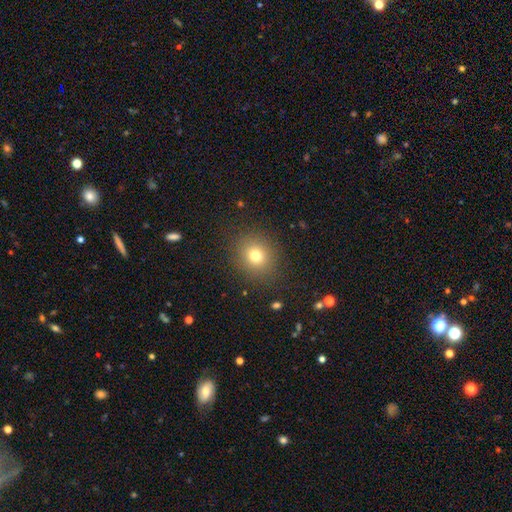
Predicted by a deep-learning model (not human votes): Q: Smooth or featured?
A: smooth (75%); runner-up: star or artifact (15%)
Q: How rounded?
A: round (79%); runner-up: in between (20%)
Q: Merging?
A: none (87%); runner-up: minor disturbance (8%)